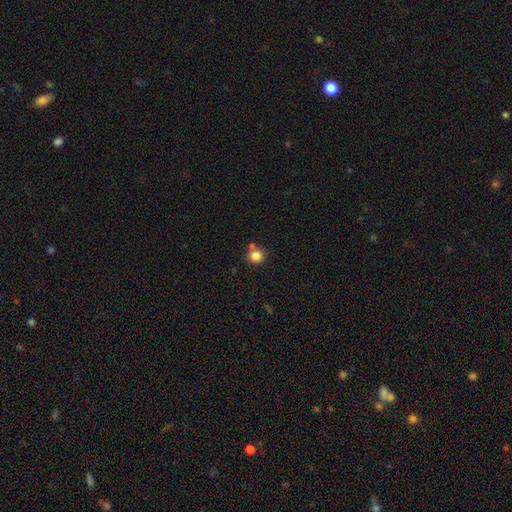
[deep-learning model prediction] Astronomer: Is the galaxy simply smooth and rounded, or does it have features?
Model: smooth — 84%.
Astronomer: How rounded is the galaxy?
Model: round — 88%.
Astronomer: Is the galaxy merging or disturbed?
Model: none — 69%.